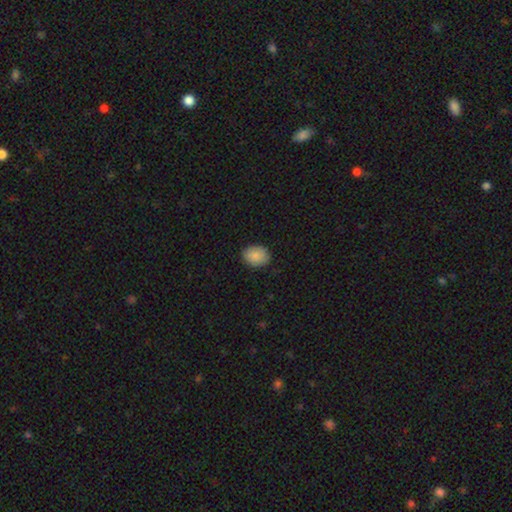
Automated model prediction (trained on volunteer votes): Smooth or featured? Predicted: smooth (p=0.88). How rounded? Predicted: in between (p=0.55). Merging? Predicted: none (p=0.85).